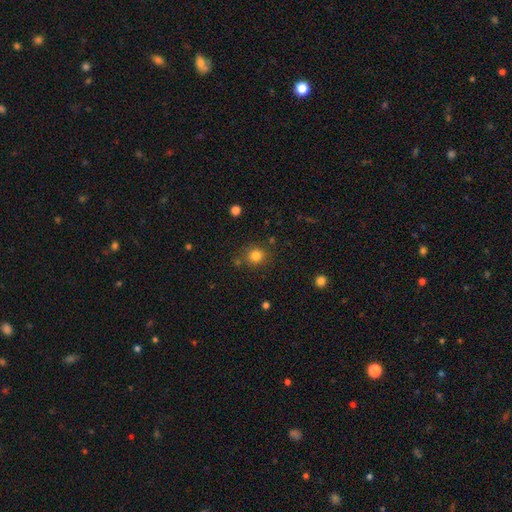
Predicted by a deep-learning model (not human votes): smooth_or_featured: smooth (p=0.81) [alt: star or artifact p=0.13]
how_rounded: round (p=0.86) [alt: in between p=0.13]
merging: none (p=0.81) [alt: minor disturbance p=0.10]